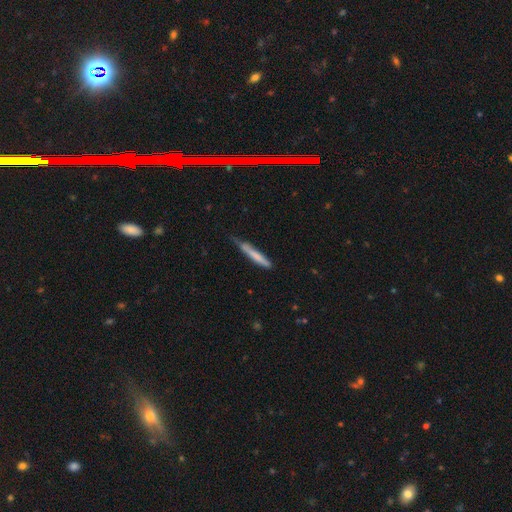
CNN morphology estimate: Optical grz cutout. It shows a smooth galaxy with no disk features (68%) that is cigar-shaped (94%). Merging: none (55%).